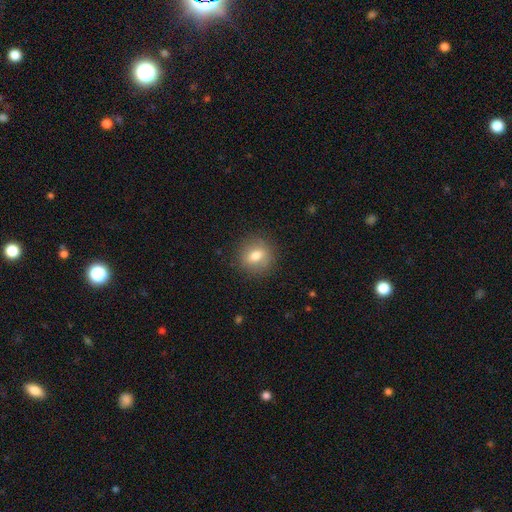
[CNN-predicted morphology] smooth-or-featured: smooth: 74% | featured or disk: 16% | star or artifact: 9%
  how-rounded: round: 73% | in between: 25% | cigar-shaped: 2%
  merging: none: 87% | minor disturbance: 9% | major disturbance: 3% | merger: 1%